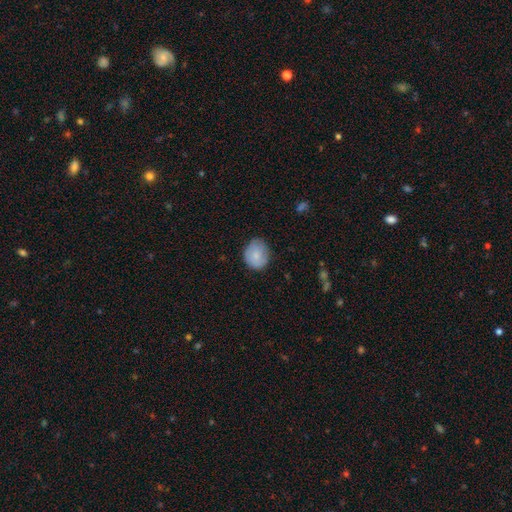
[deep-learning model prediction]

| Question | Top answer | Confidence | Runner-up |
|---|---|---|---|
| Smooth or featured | smooth | 83% | featured or disk (11%) |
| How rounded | round | 64% | in between (35%) |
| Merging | none | 74% | minor disturbance (21%) |